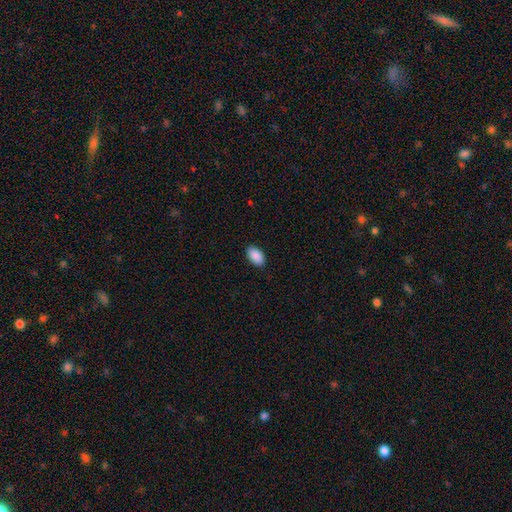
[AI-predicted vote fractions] This appears to be a smooth galaxy with no disk features (91%) that is in between round and cigar-shaped (95%). Merging: none (89%).